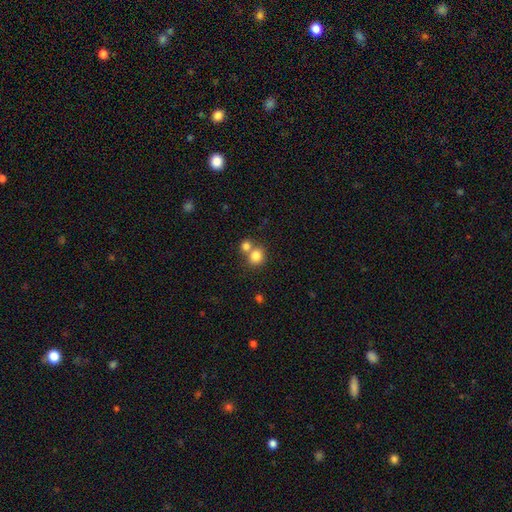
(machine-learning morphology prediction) Smooth or featured? Predicted: smooth (p=0.81). How rounded? Predicted: round (p=0.80). Merging? Predicted: none (p=0.48).